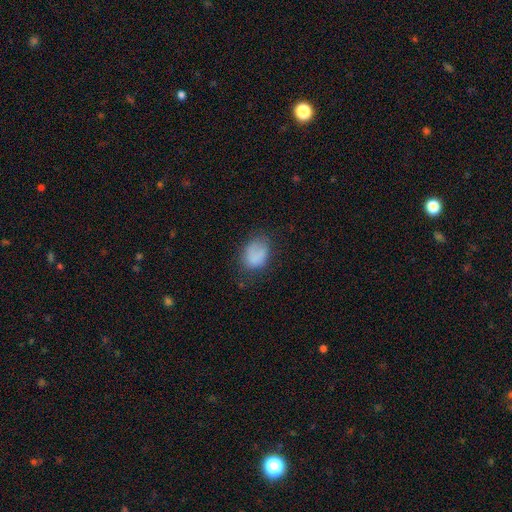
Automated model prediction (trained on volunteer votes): Smooth or featured?
  - smooth: 81% *
  - featured or disk: 10%
  - star or artifact: 9%
How rounded?
  - in between: 71% *
  - round: 28%
  - cigar-shaped: 1%
Merging?
  - none: 59% *
  - minor disturbance: 27%
  - major disturbance: 12%
  - merger: 2%